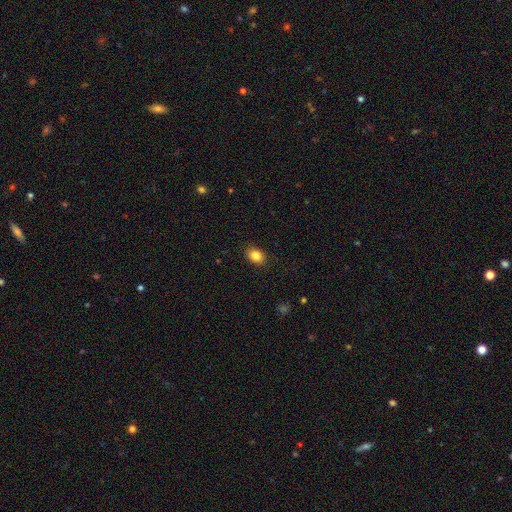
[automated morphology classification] smooth_or_featured: smooth (p=0.85) [alt: star or artifact p=0.09]
how_rounded: in between (p=0.71) [alt: round p=0.28]
merging: none (p=0.87) [alt: minor disturbance p=0.09]